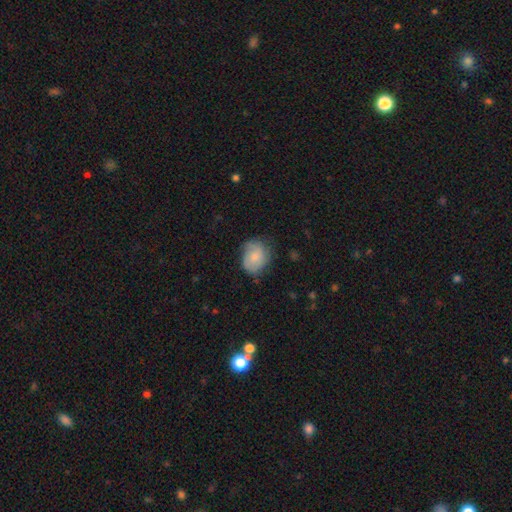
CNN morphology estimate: The model was most divided on "how rounded": round: 55%, in between: 44%, cigar-shaped: 1%. More confident: smooth or featured — smooth (67%); merging — none (58%).